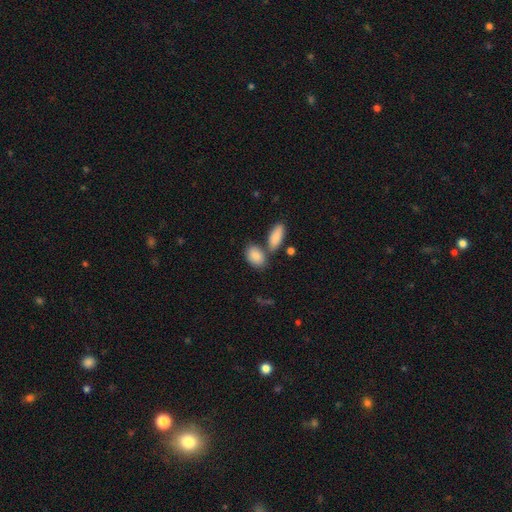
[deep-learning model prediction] Smooth or featured?
  - smooth: 86% *
  - featured or disk: 7%
  - star or artifact: 6%
How rounded?
  - in between: 89% *
  - round: 9%
  - cigar-shaped: 3%
Merging?
  - none: 59% *
  - merger: 24%
  - minor disturbance: 13%
  - major disturbance: 4%